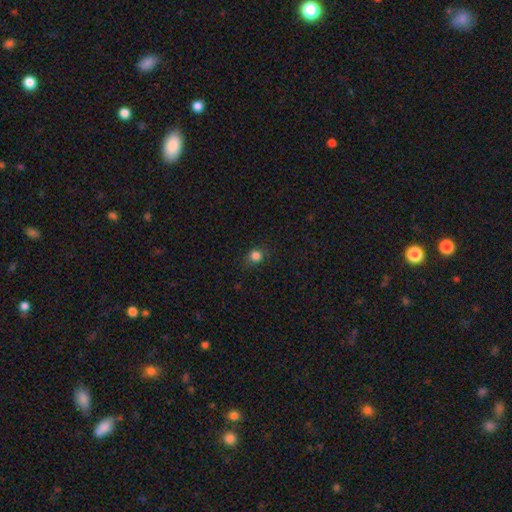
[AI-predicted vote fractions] Q: Smooth or featured?
A: smooth (82%); runner-up: star or artifact (14%)
Q: How rounded?
A: round (79%); runner-up: in between (20%)
Q: Merging?
A: none (82%); runner-up: minor disturbance (13%)